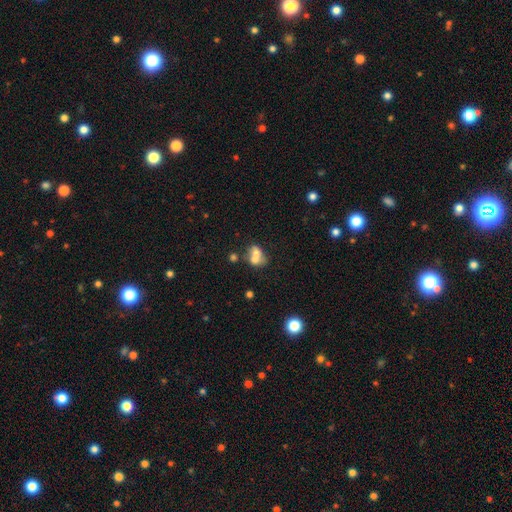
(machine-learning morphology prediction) This is likely a smooth galaxy (62%). How rounded: possibly in between (59%). Merging: likely merger (60%).